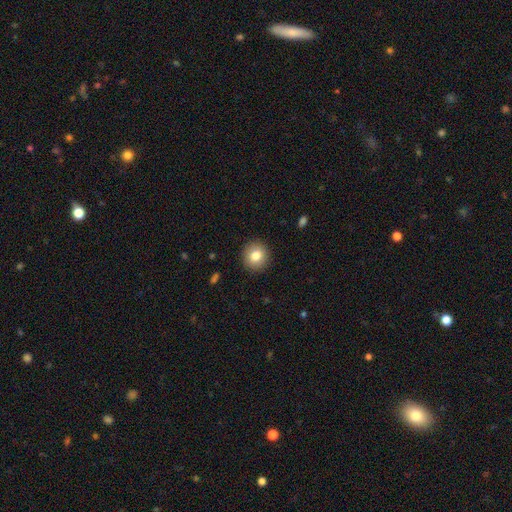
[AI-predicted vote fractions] The model was most divided on "smooth or featured": smooth: 82%, featured or disk: 9%, star or artifact: 9%. More confident: merging — none (92%); how rounded — round (90%).